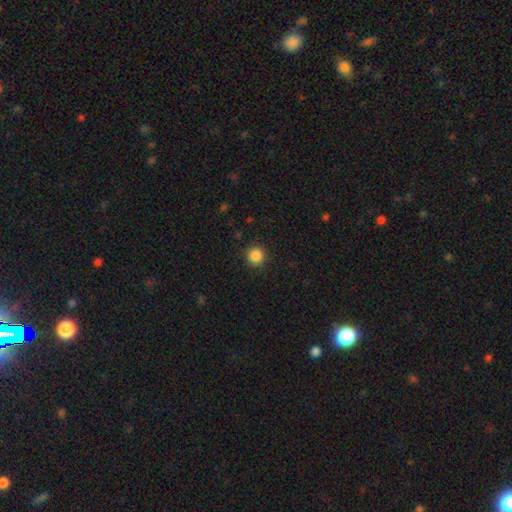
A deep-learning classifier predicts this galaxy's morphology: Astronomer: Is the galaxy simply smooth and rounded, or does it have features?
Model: smooth — 86%.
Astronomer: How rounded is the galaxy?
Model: round — 95%.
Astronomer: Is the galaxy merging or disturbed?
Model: none — 92%.